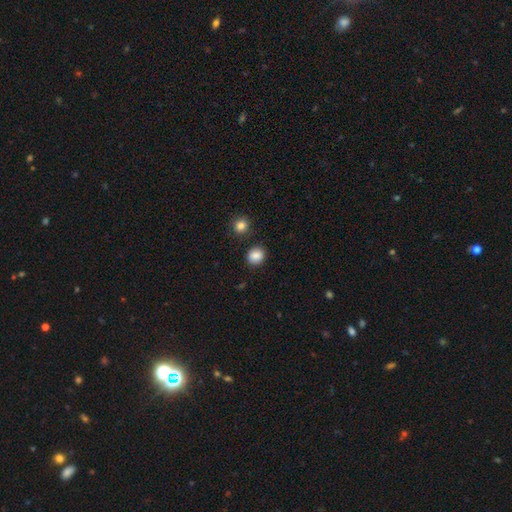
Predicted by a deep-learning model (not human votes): smooth_or_featured: smooth (p=0.87) [alt: star or artifact p=0.10]
how_rounded: round (p=0.77) [alt: in between p=0.22]
merging: none (p=0.86) [alt: minor disturbance p=0.08]